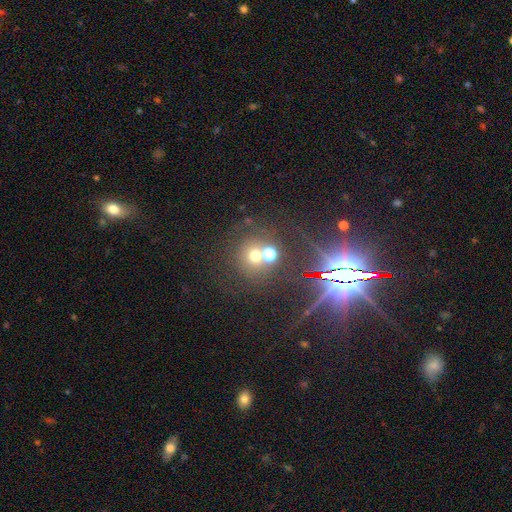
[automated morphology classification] This appears to be a smooth galaxy with no disk features (54%) that is round (87%). Merging: none (54%).